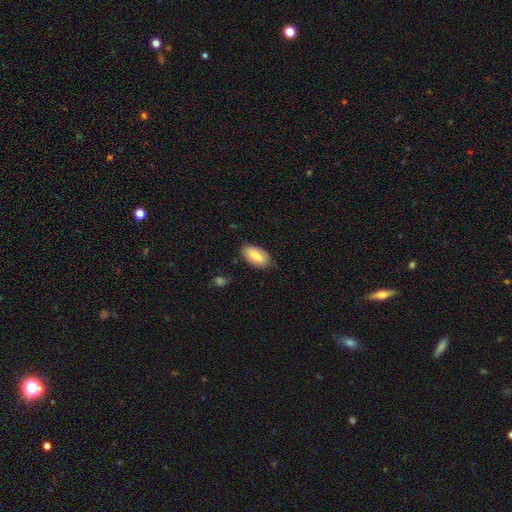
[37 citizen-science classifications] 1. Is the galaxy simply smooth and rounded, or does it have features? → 81% smooth, 16% featured or disk, 3% star or artifact.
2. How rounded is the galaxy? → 100% in between, 0% round, 0% cigar-shaped.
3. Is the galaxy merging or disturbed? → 83% none, 8% minor disturbance, 6% merger, 3% major disturbance.